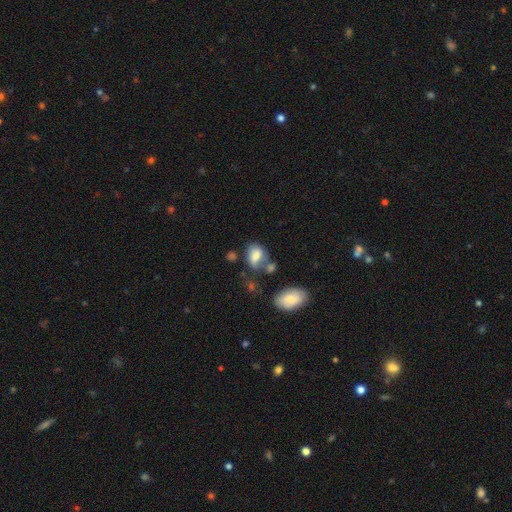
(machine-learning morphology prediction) Smooth or featured: smooth — 70% (featured or disk — 21%)
How rounded: in between — 77% (round — 21%)
Merging: none — 40% (minor disturbance — 25%)